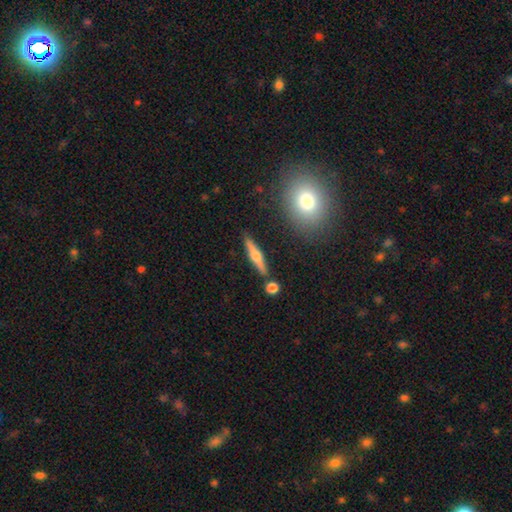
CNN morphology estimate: smooth_or_featured: featured or disk (p=0.60) [alt: smooth p=0.33]
disk_edge_on: yes (p=0.96) [alt: no p=0.04]
edge_on_bulge: rounded (p=0.92) [alt: boxy p=0.04]
merging: none (p=0.84) [alt: minor disturbance p=0.08]